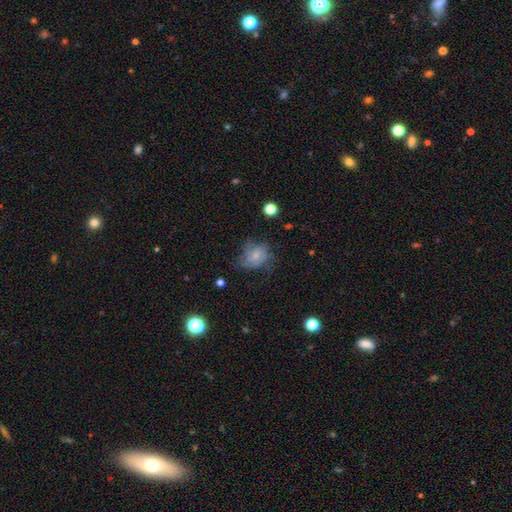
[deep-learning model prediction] This is possibly a featured or disk galaxy (47%). Merging: possibly none (49%).